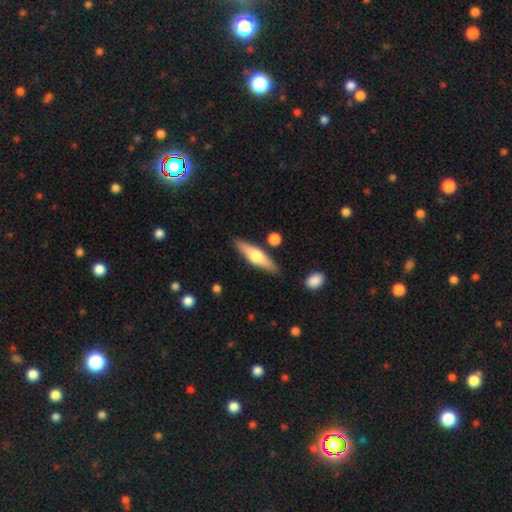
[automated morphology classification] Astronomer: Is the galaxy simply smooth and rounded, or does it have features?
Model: featured or disk — 50% (runner-up: smooth, 44%).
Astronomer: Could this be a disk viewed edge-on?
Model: yes — 93%.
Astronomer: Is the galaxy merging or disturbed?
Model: none — 85%.